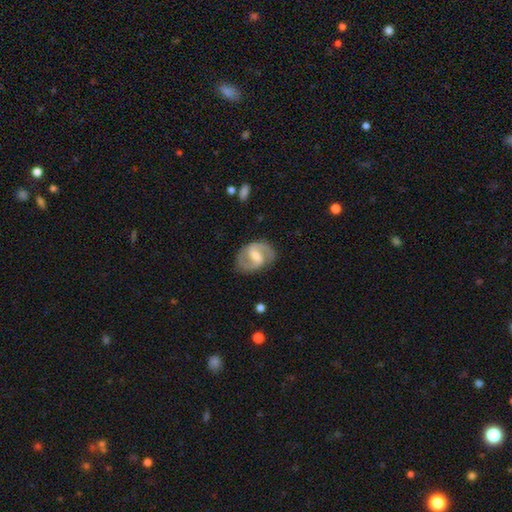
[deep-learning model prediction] Smooth or featured?
  - featured or disk: 84% *
  - smooth: 11%
  - star or artifact: 5%
Edge-on disk?
  - no: 98% *
  - yes: 2%
Bar?
  - weak: 49% *
  - strong: 38%
  - no: 13%
Spiral arms?
  - yes: 94% *
  - no: 6%
Spiral winding?
  - medium: 57% *
  - loose: 22%
  - tight: 21%
Spiral arm count?
  - 2: 92% *
  - can't tell: 4%
  - 1: 2%
  - 3: 1%
  - 4: 1%
  - more than 4: 1%
Bulge size?
  - moderate: 46% *
  - small: 40%
  - none: 7%
  - large: 6%
  - dominant: 1%
Merging?
  - none: 81% *
  - minor disturbance: 13%
  - major disturbance: 5%
  - merger: 1%